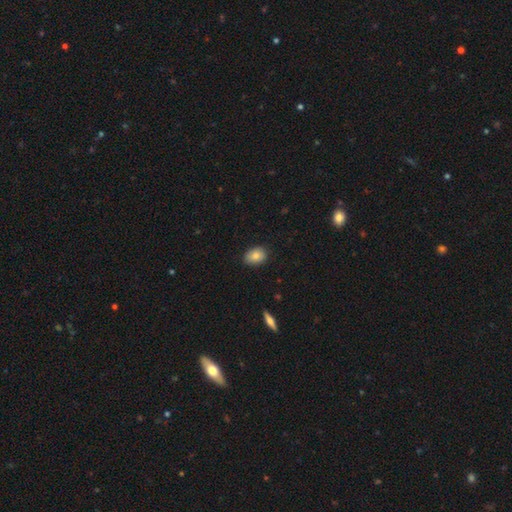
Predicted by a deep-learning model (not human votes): Overall: smooth (82%). How rounded: in between (76%). Merging: none (84%).